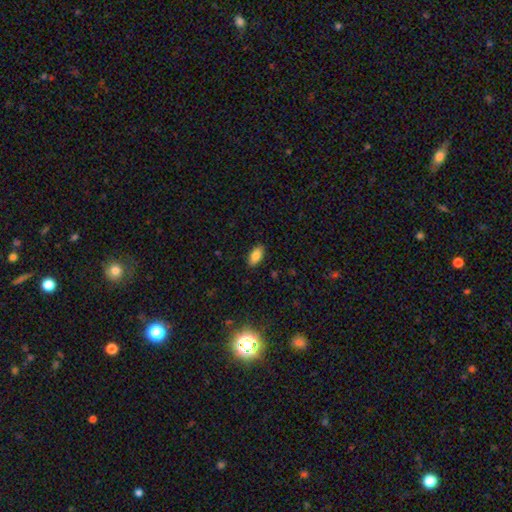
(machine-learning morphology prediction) Q: Smooth or featured?
A: smooth (82%); runner-up: featured or disk (10%)
Q: How rounded?
A: in between (91%); runner-up: cigar-shaped (6%)
Q: Merging?
A: none (88%); runner-up: minor disturbance (9%)